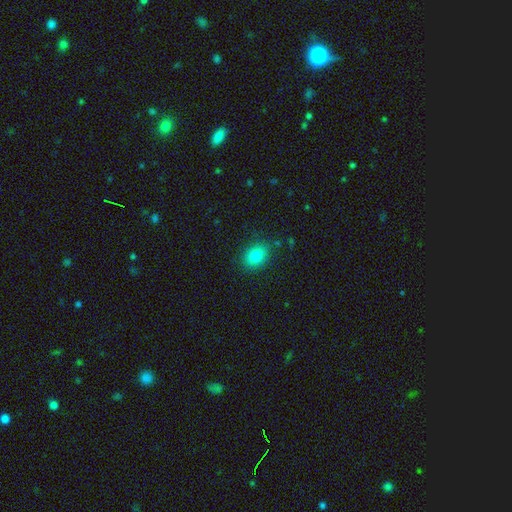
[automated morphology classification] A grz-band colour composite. It shows a smooth galaxy with no disk features (83%) that is in between round and cigar-shaped (67%). Merging: none (85%).